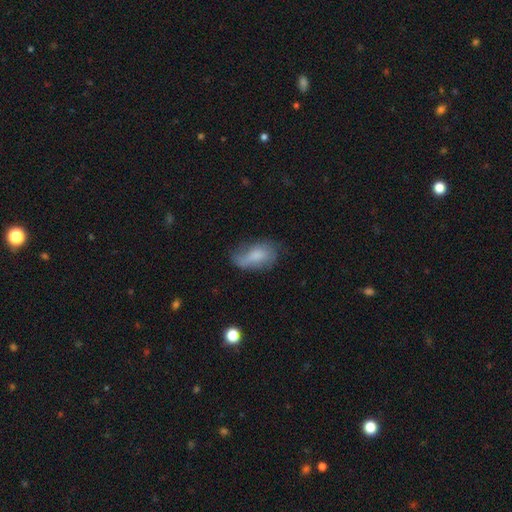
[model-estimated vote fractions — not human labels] This is likely a smooth galaxy (64%). How rounded: clearly in between (90%). Merging: marginally none (44%).